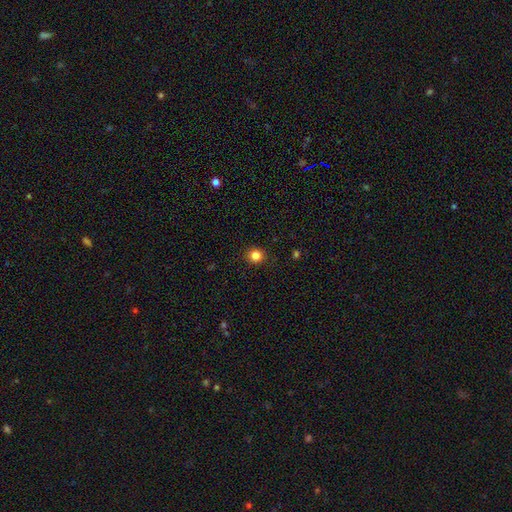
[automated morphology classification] Smooth or featured: smooth — 83% (star or artifact — 12%)
How rounded: round — 90% (in between — 9%)
Merging: none — 91% (minor disturbance — 6%)